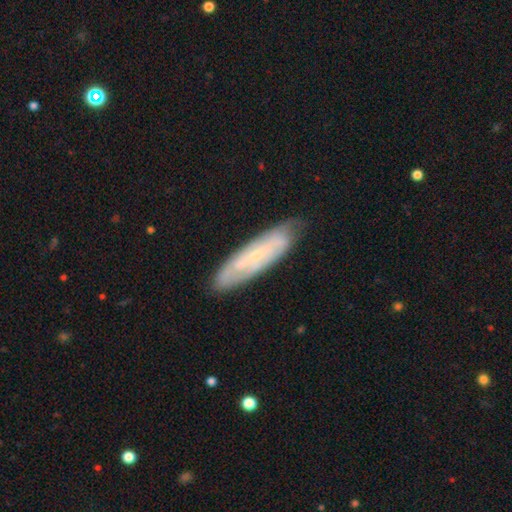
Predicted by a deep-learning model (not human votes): Smooth or featured?
  - featured or disk: 62% *
  - smooth: 31%
  - star or artifact: 6%
Edge-on disk?
  - no: 71% *
  - yes: 29%
Merging?
  - none: 78% *
  - minor disturbance: 17%
  - major disturbance: 4%
  - merger: 2%